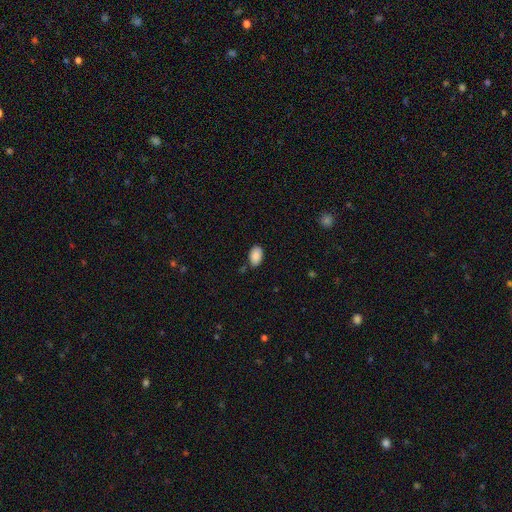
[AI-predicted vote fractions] Q: Smooth or featured?
A: smooth (89%); runner-up: star or artifact (7%)
Q: How rounded?
A: in between (91%); runner-up: round (8%)
Q: Merging?
A: none (79%); runner-up: minor disturbance (14%)